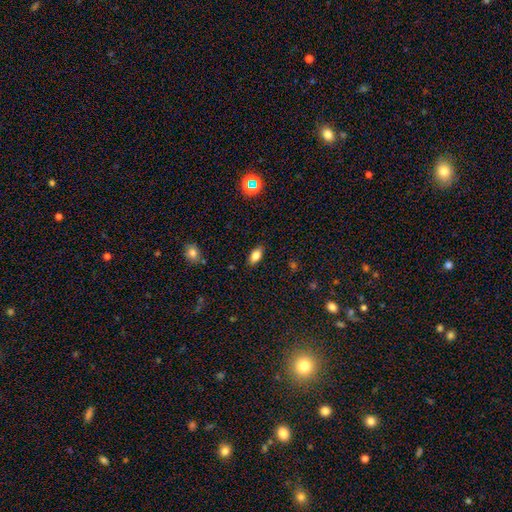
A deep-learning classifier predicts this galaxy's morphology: A smooth galaxy with no disk features (80%) that is in between round and cigar-shaped (87%).

Vote fractions:
- Smooth or featured? smooth: 80% / star or artifact: 10% / featured or disk: 10%
- How rounded? in between: 87% / cigar-shaped: 7% / round: 5%
- Merging? none: 86% / minor disturbance: 10% / major disturbance: 2% / merger: 1%